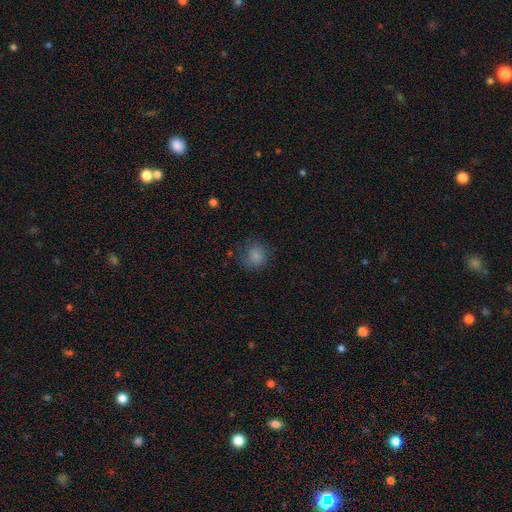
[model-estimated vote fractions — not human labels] A smooth galaxy with no disk features (79%) that is round (81%). Merging: none (72%).